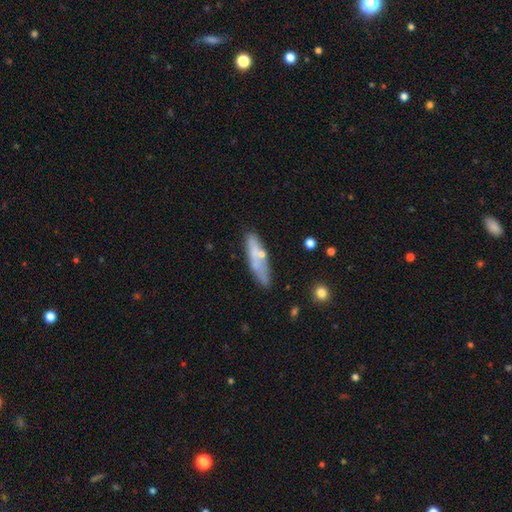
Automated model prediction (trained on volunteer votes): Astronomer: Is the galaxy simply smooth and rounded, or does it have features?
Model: smooth — 58% (runner-up: featured or disk, 34%).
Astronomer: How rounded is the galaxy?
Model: cigar-shaped — 70%.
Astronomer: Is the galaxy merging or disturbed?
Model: none — 68%.